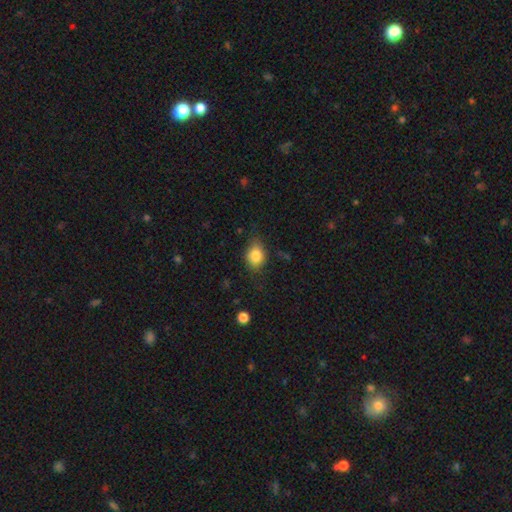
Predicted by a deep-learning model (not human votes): This appears to be a smooth galaxy with no disk features (83%) that is in between round and cigar-shaped (65%). Merging: none (72%).